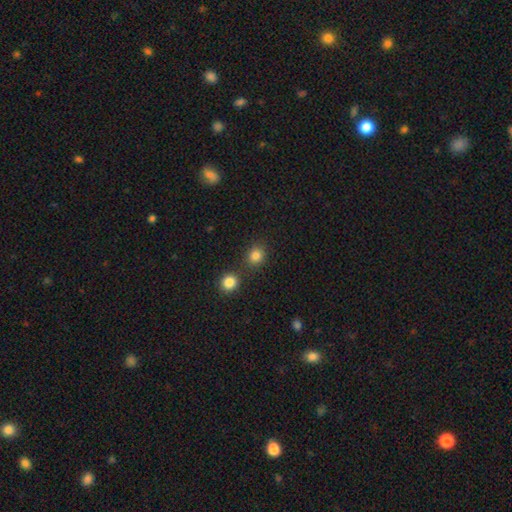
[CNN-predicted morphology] smooth 83%, star or artifact 13%, featured or disk 5%. Down the decision tree: how rounded — round (77%); merging — none (74%).